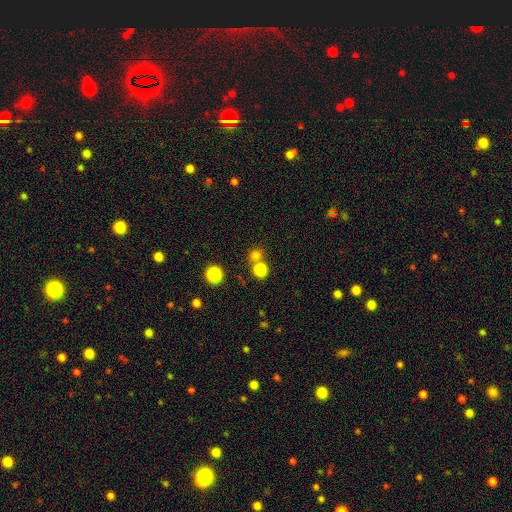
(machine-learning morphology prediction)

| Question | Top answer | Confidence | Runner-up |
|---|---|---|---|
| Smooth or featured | smooth | 77% | star or artifact (17%) |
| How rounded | round | 85% | in between (14%) |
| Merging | none | 58% | merger (33%) |